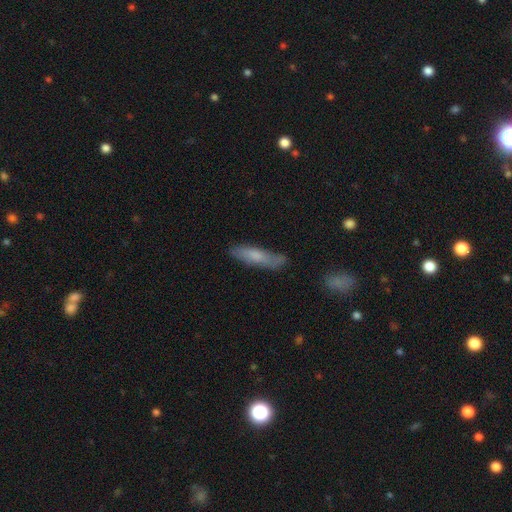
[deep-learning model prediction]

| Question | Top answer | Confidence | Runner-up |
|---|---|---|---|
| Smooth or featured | smooth | 68% | featured or disk (26%) |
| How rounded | cigar-shaped | 78% | in between (21%) |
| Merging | none | 77% | minor disturbance (18%) |